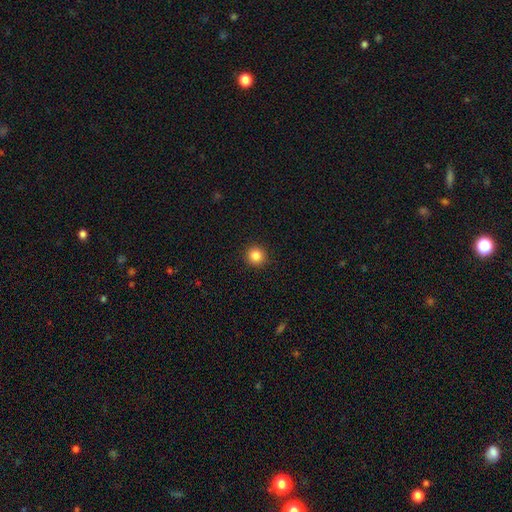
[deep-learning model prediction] smooth 85%, star or artifact 11%, featured or disk 4%. Down the decision tree: how rounded — round (94%); merging — none (93%).